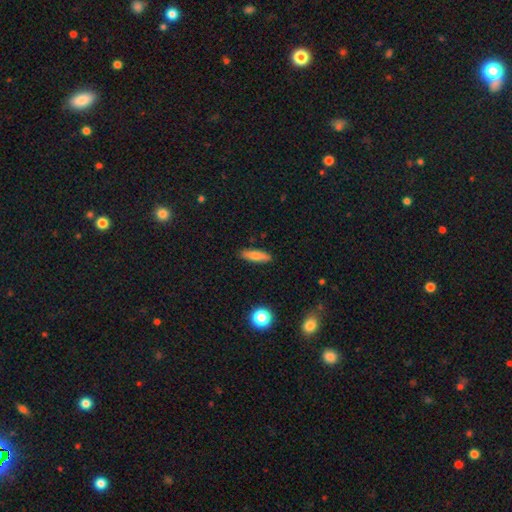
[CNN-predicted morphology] smooth 77%, featured or disk 16%, star or artifact 8%. Down the decision tree: how rounded — cigar-shaped (62%); merging — none (88%).